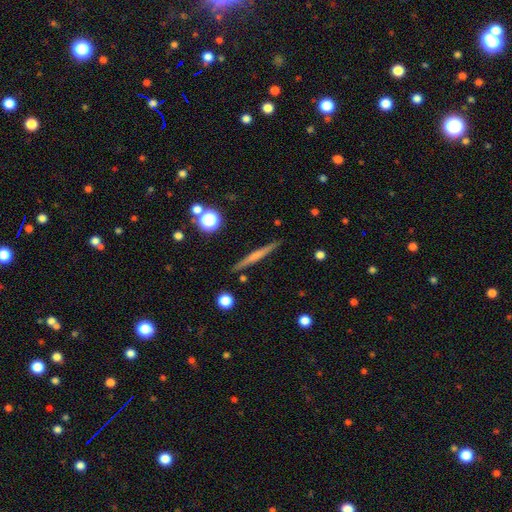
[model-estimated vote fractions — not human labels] This is possibly a featured or disk galaxy (48%). Merging: clearly none (90%).